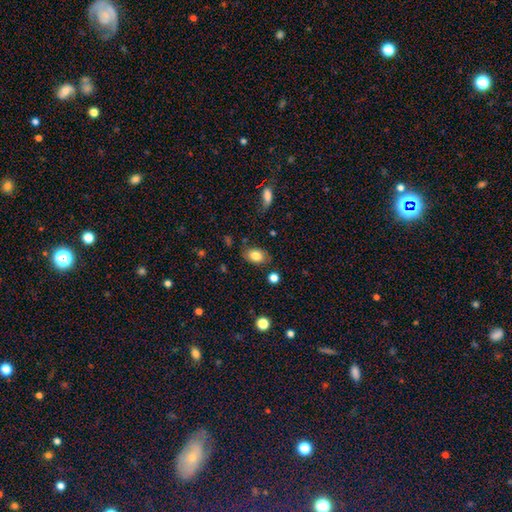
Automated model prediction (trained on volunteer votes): The model was most divided on "merging": none: 80%, minor disturbance: 14%, major disturbance: 4%, merger: 3%. More confident: how rounded — in between (82%); smooth or featured — smooth (82%).